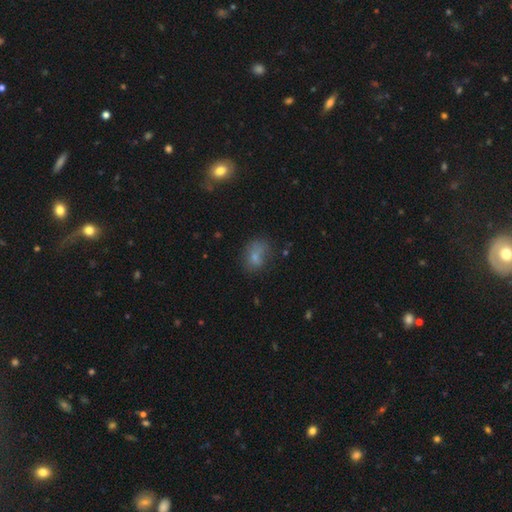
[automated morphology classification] Overall: smooth (69%). How rounded: in between (67%; round 31%). Merging: none (47%; minor disturbance 27%).